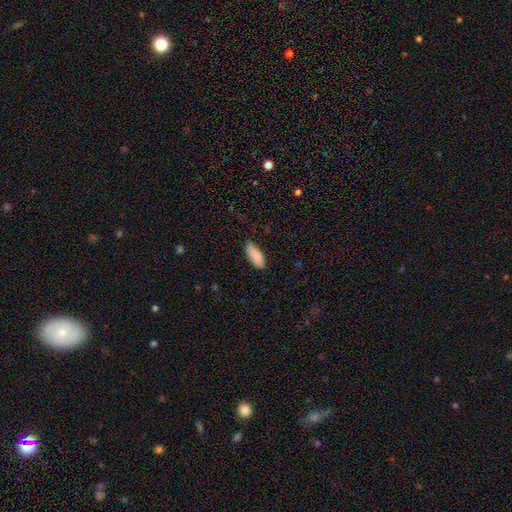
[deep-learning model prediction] Smooth or featured: smooth — 89% (star or artifact — 6%)
How rounded: in between — 77% (cigar-shaped — 21%)
Merging: none — 81% (minor disturbance — 16%)